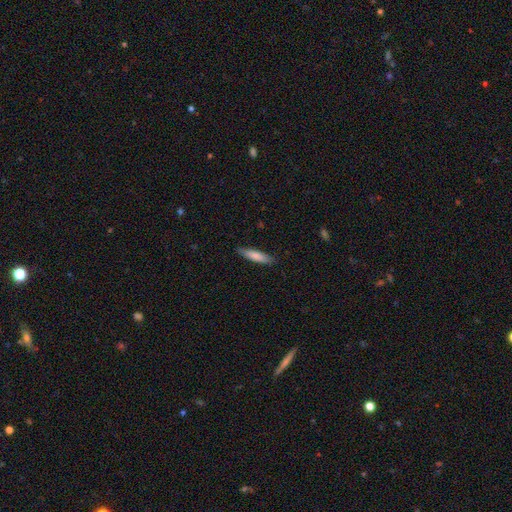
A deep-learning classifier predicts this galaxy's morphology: Overall: smooth (78%). How rounded: cigar-shaped (80%). Merging: none (86%).